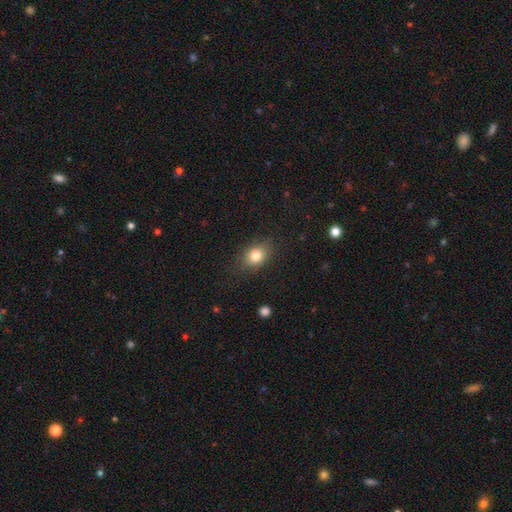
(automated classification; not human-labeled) smooth-or-featured: smooth: 81% | star or artifact: 10% | featured or disk: 9%
  how-rounded: in between: 63% | round: 35% | cigar-shaped: 2%
  merging: none: 80% | minor disturbance: 14% | major disturbance: 5% | merger: 1%